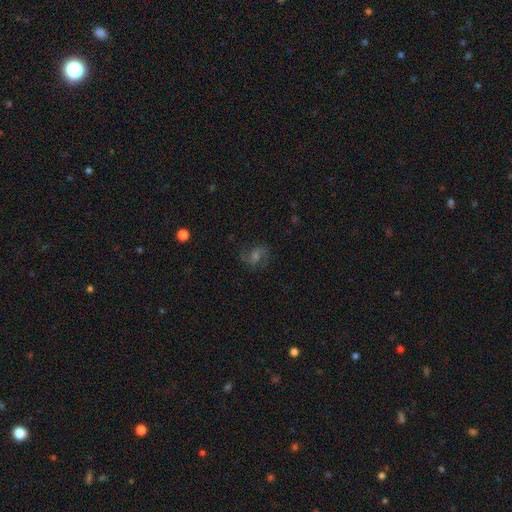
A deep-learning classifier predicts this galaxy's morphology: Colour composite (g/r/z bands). It shows a featured or disk galaxy (68%) with a weak bar (49%), 2 (87%) medium (52%) spiral arms (94%) and a moderate central bulge (40%). Merging: none (78%).